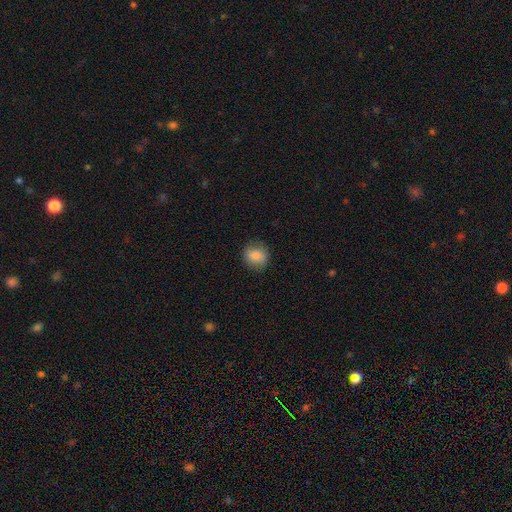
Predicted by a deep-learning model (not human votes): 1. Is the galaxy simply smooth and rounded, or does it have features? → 85% smooth, 8% star or artifact, 7% featured or disk.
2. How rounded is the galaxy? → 74% round, 24% in between, 1% cigar-shaped.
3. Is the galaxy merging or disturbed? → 85% none, 11% minor disturbance, 3% major disturbance, 1% merger.